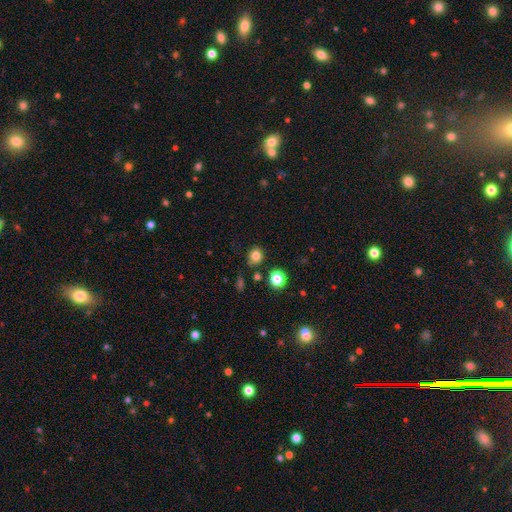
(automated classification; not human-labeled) Smooth or featured? Predicted: smooth (p=0.81). How rounded? Predicted: round (p=0.78). Merging? Predicted: none (p=0.80).